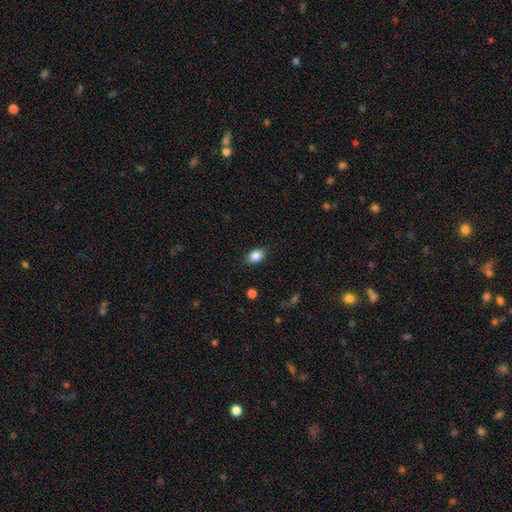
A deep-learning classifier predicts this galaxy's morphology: Overall: smooth (85%). How rounded: in between (80%). Merging: none (86%).